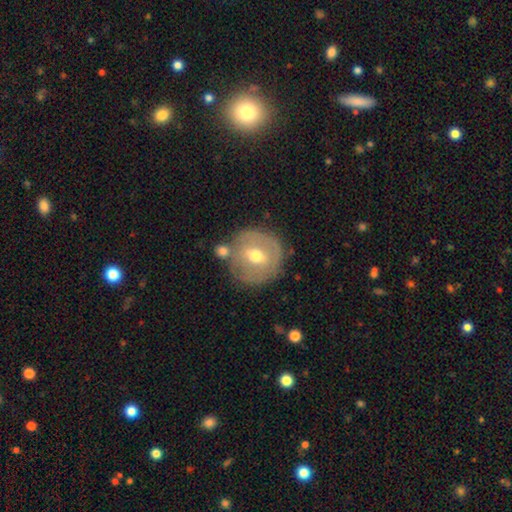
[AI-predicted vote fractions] featured or disk 50%, smooth 43%, star or artifact 7%. Down the decision tree: edge-on disk — no (94%); merging — none (66%).